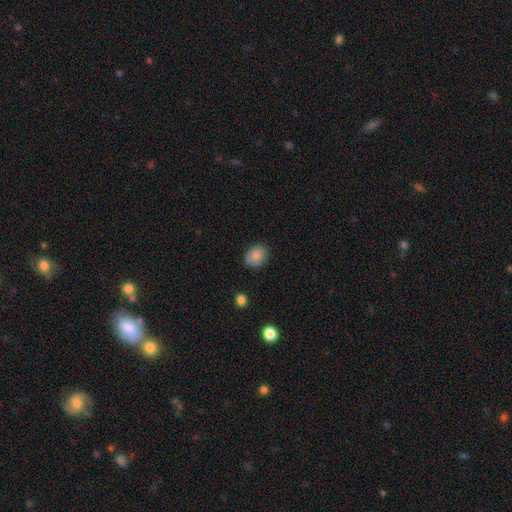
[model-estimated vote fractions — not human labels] This appears to be a smooth galaxy with no disk features (86%) that is in between round and cigar-shaped (64%). Merging: none (84%).